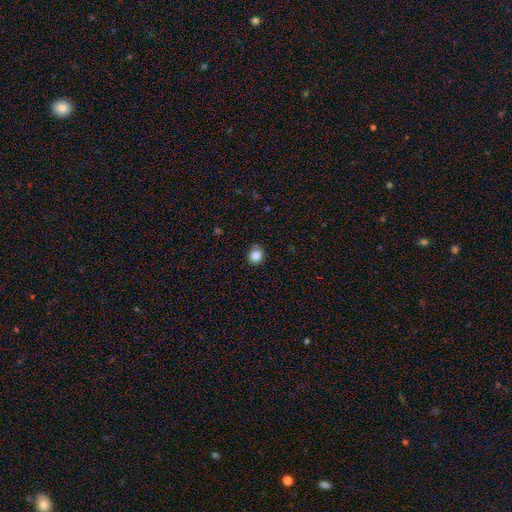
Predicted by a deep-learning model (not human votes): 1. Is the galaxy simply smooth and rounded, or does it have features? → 85% smooth, 11% star or artifact, 4% featured or disk.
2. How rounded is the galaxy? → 84% round, 15% in between, 1% cigar-shaped.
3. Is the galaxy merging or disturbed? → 75% none, 19% minor disturbance, 4% major disturbance, 2% merger.